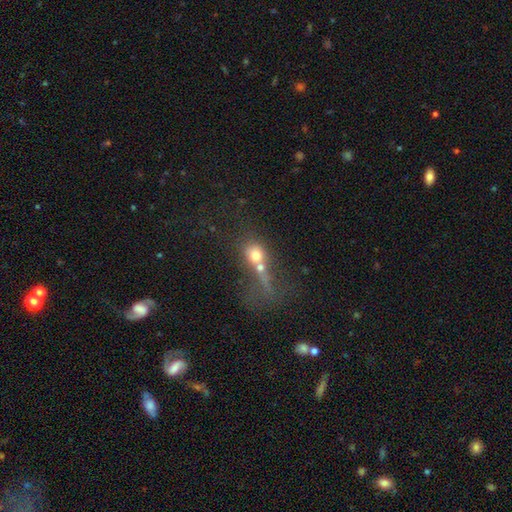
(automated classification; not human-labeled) Smooth or featured? smooth (63%)
How rounded? round (64%)
Merging? merger (62%)